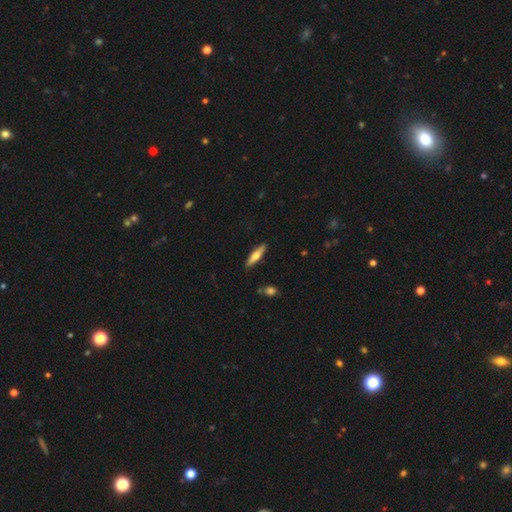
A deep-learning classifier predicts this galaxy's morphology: smooth-or-featured: smooth: 59% | featured or disk: 35% | star or artifact: 5%
  how-rounded: cigar-shaped: 74% | in between: 24% | round: 2%
  merging: none: 88% | minor disturbance: 9% | major disturbance: 2% | merger: 1%